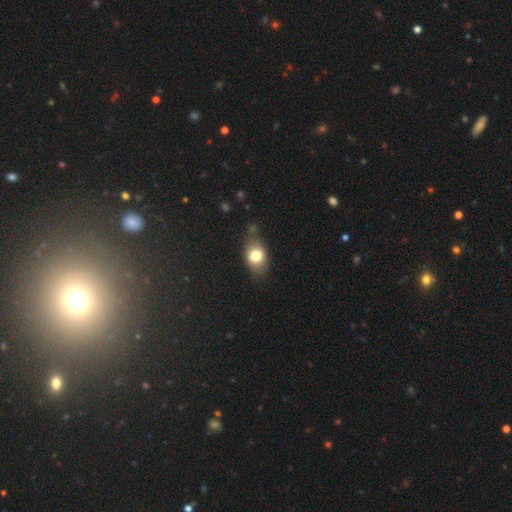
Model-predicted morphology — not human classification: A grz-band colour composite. It shows a smooth galaxy with no disk features (73%) that is in between round and cigar-shaped (71%). Merging: none (66%).